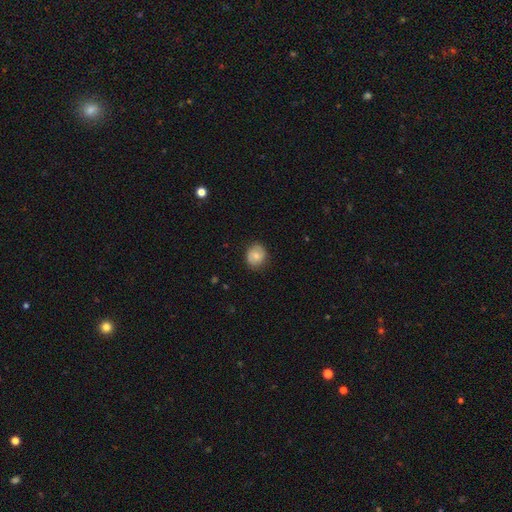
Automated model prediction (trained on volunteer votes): Smooth or featured? Predicted: smooth (p=0.72). How rounded? Predicted: round (p=0.75). Merging? Predicted: none (p=0.80).